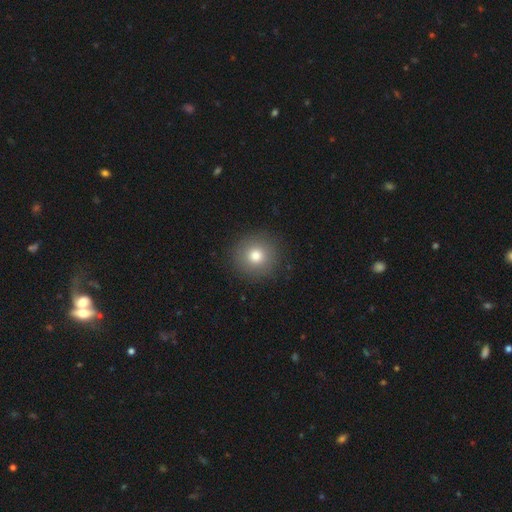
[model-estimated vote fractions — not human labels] Smooth or featured?
  - smooth: 78% *
  - star or artifact: 12%
  - featured or disk: 10%
How rounded?
  - round: 94% *
  - in between: 5%
  - cigar-shaped: 1%
Merging?
  - none: 91% *
  - minor disturbance: 6%
  - major disturbance: 2%
  - merger: 1%